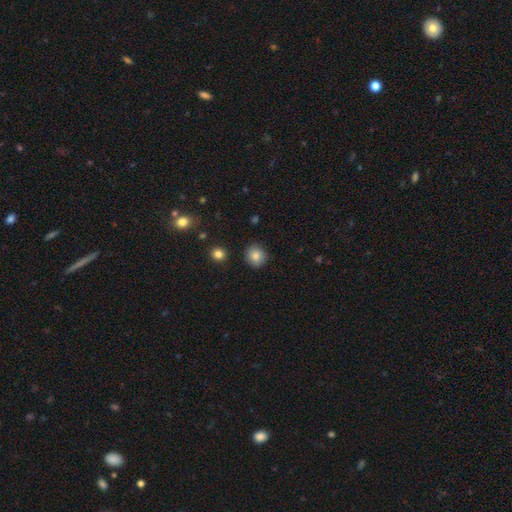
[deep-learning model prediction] Q: Smooth or featured?
A: smooth (85%); runner-up: star or artifact (9%)
Q: How rounded?
A: round (89%); runner-up: in between (10%)
Q: Merging?
A: none (90%); runner-up: minor disturbance (7%)